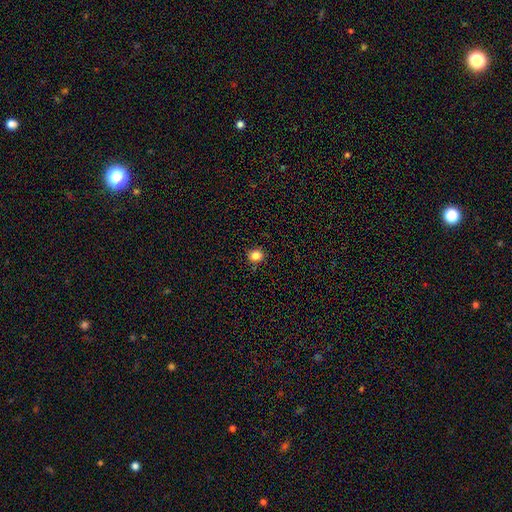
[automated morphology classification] Overall: smooth (84%). How rounded: round (78%). Merging: none (90%).